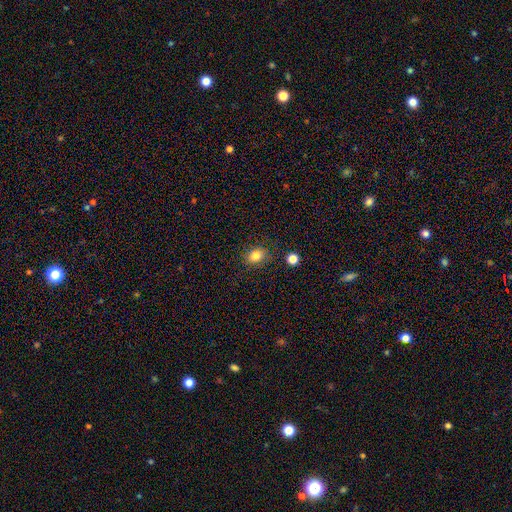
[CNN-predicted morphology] smooth_or_featured: smooth (p=0.83) [alt: star or artifact p=0.11]
how_rounded: in between (p=0.55) [alt: round p=0.44]
merging: none (p=0.83) [alt: minor disturbance p=0.11]